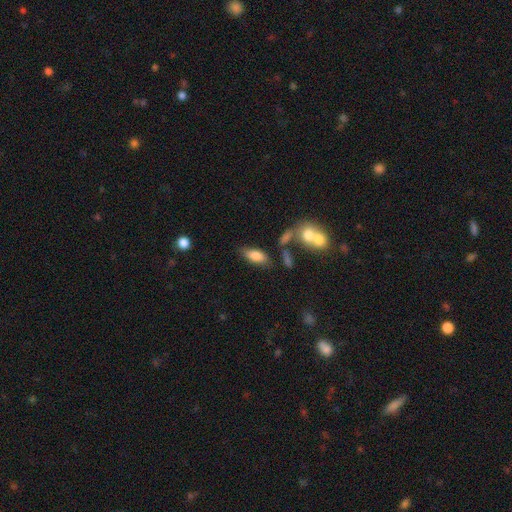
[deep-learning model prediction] Morphology: type=smooth (81%); roundness=in between (85%); merging=none (66%).